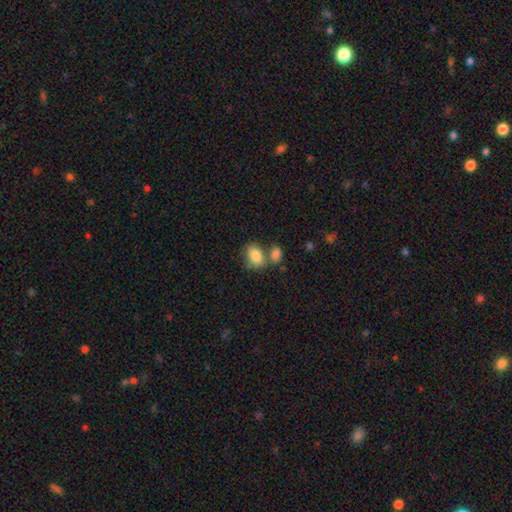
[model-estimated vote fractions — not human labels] Q: Smooth or featured?
A: smooth (84%); runner-up: featured or disk (9%)
Q: How rounded?
A: in between (85%); runner-up: round (14%)
Q: Merging?
A: none (49%); runner-up: merger (33%)